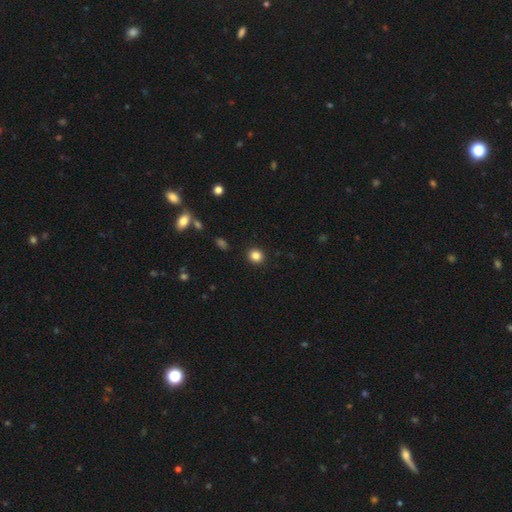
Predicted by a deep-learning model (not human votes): Morphology: type=smooth (84%); roundness=round (82%); merging=none (92%).